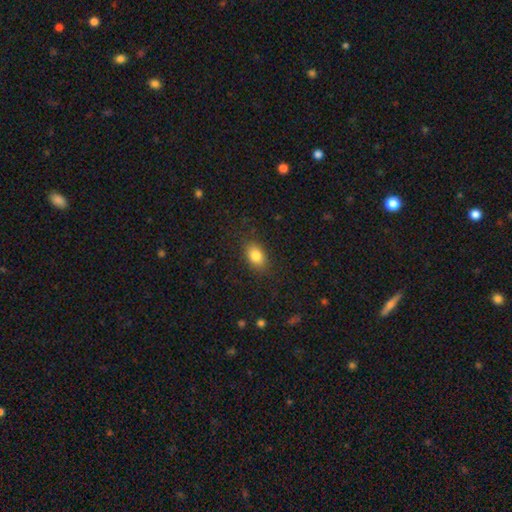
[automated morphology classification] smooth 83%, star or artifact 9%, featured or disk 8%. Down the decision tree: how rounded — in between (83%); merging — none (85%).